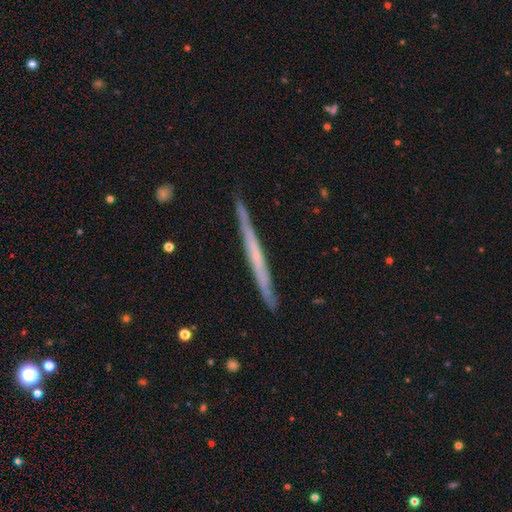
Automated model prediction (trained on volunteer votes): Smooth or featured: featured or disk — 61% (smooth — 33%)
Edge-on disk: yes — 97% (no — 3%)
Edge-on bulge: none — 84% (rounded — 11%)
Merging: none — 87% (minor disturbance — 10%)